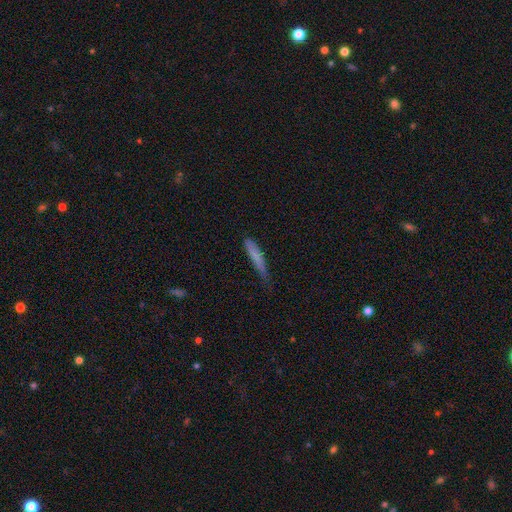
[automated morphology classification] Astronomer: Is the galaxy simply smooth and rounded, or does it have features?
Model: smooth — 74%.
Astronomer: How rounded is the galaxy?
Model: cigar-shaped — 91%.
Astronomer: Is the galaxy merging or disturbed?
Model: none — 53% (runner-up: minor disturbance, 35%).